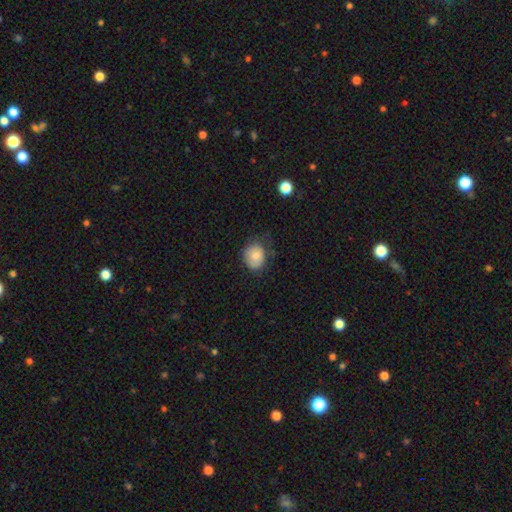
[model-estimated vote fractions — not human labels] A smooth galaxy with no disk features (78%) that is round (63%). Merging: none (58%).